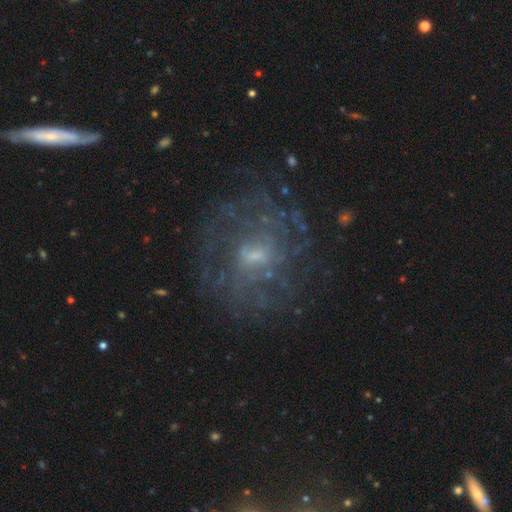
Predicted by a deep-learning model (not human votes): smooth-or-featured: featured or disk: 71% | star or artifact: 14% | smooth: 14%
  disk-edge-on: no: 97% | yes: 3%
    bar: no: 51% | weak: 41% | strong: 7%
    has-spiral-arms: yes: 70% | no: 30%
    bulge-size: small: 60% | moderate: 29% | none: 7% | large: 2% | dominant: 1%
  merging: none: 74% | minor disturbance: 13% | major disturbance: 11% | merger: 2%